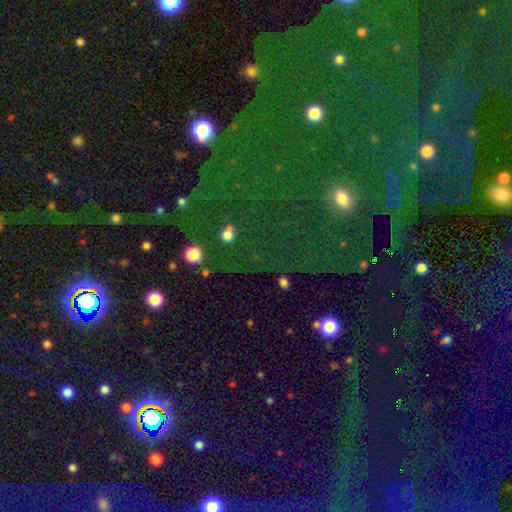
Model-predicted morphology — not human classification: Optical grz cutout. It shows a star or artifact, not a galaxy (79%).